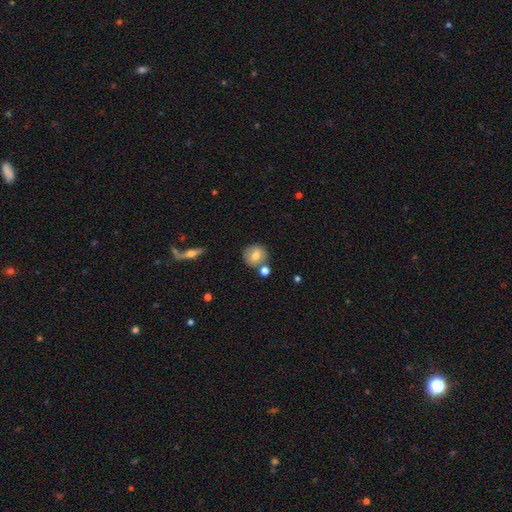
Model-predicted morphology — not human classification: Overall: smooth (69%). How rounded: round (89%). Merging: none (74%).